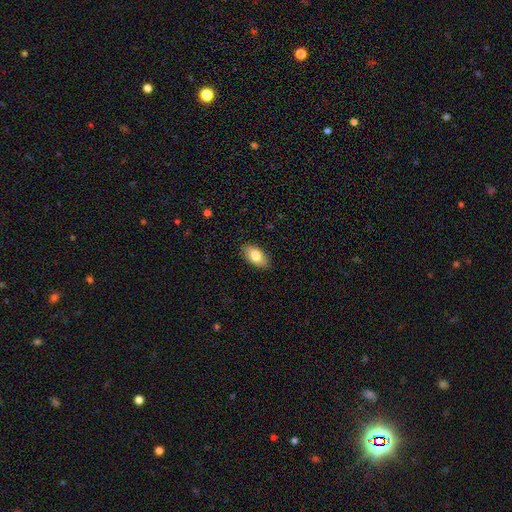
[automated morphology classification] Smooth or featured? smooth (82%)
How rounded? in between (93%)
Merging? none (88%)